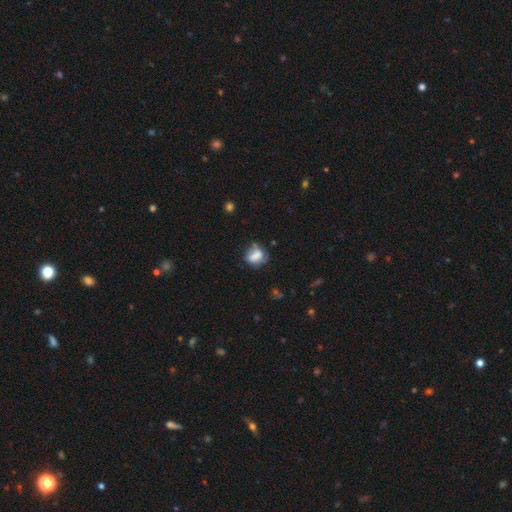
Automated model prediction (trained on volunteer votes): Smooth or featured?
  - smooth: 65% *
  - featured or disk: 24%
  - star or artifact: 11%
How rounded?
  - in between: 54% *
  - round: 42%
  - cigar-shaped: 4%
Merging?
  - none: 46% *
  - minor disturbance: 29%
  - major disturbance: 15%
  - merger: 10%